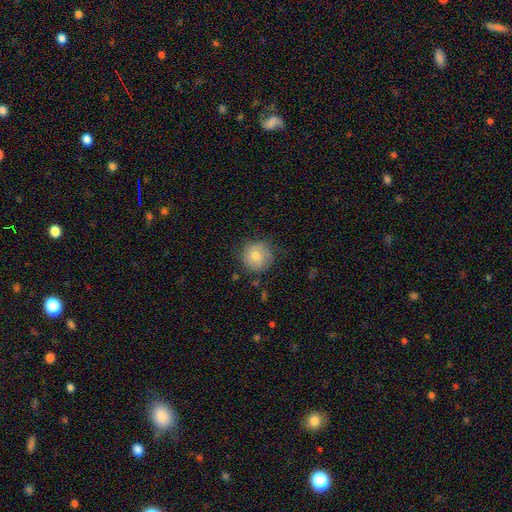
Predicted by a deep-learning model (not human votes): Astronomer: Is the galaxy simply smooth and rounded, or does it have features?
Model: smooth — 72%.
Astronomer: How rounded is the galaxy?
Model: round — 93%.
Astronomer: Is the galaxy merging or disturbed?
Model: none — 75%.